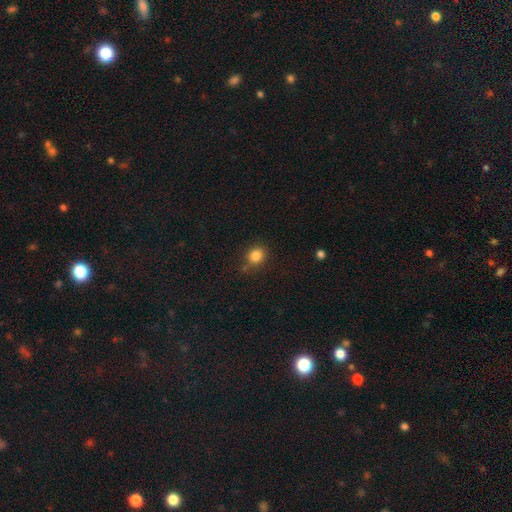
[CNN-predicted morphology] This appears to be a smooth galaxy with no disk features (83%) that is round (79%). Merging: none (76%).